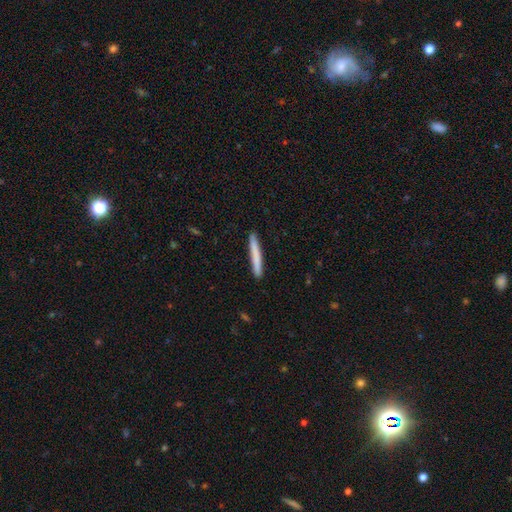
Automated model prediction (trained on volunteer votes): This appears to be a smooth galaxy with no disk features (75%) that is cigar-shaped (97%). Merging: none (92%).